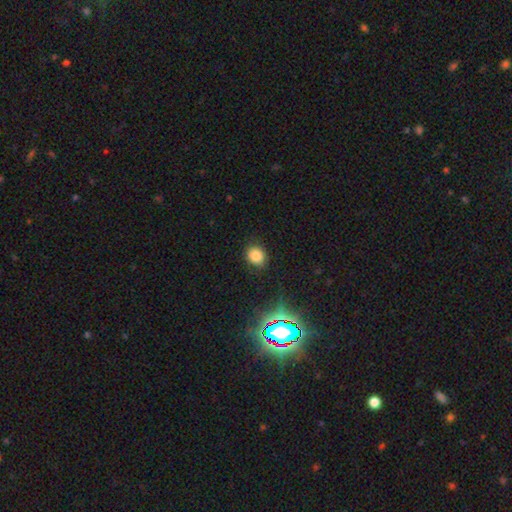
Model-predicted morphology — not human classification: Overall: smooth (80%). How rounded: round (66%; in between 33%). Merging: none (86%).